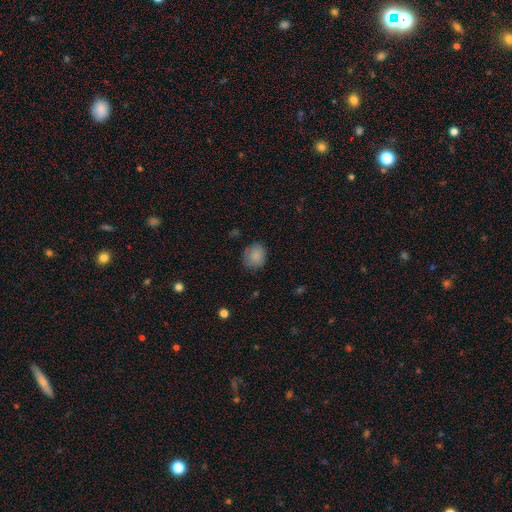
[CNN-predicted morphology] This is clearly a smooth galaxy (85%). How rounded: likely round (74%). Merging: likely none (78%).